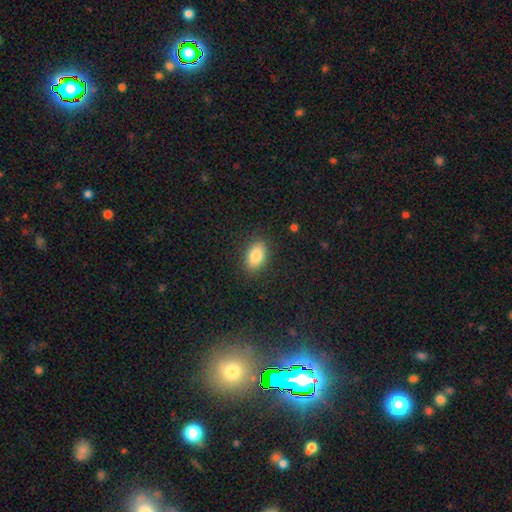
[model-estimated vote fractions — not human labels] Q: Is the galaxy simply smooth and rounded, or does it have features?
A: smooth — 85%.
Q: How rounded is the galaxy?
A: in between — 89%.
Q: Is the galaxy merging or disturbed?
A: none — 88%.